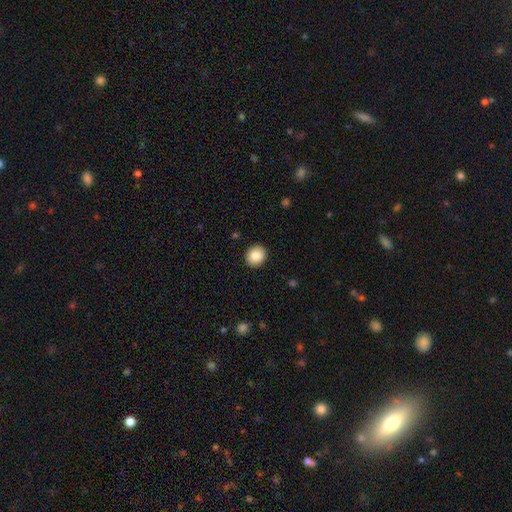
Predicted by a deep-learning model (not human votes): Smooth or featured? smooth (87%)
How rounded? round (78%)
Merging? none (91%)